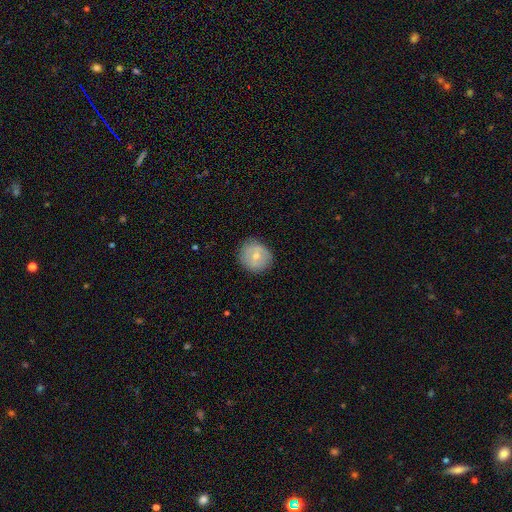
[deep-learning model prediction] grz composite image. It shows a smooth galaxy with no disk features (56%) that is round (86%). Merging: none (82%).